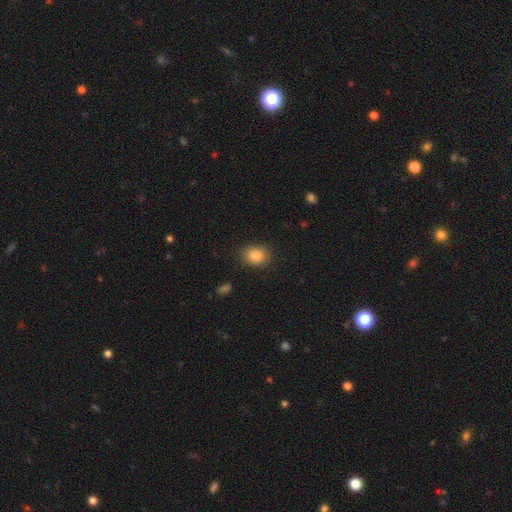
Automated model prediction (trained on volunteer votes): The model was most divided on "how rounded": round: 54%, in between: 45%, cigar-shaped: 1%. More confident: merging — none (87%); smooth or featured — smooth (83%).